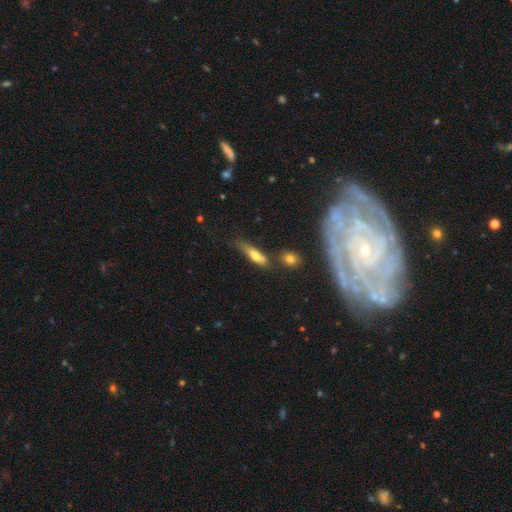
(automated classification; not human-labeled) Q: Smooth or featured?
A: smooth (62%); runner-up: featured or disk (28%)
Q: How rounded?
A: cigar-shaped (63%); runner-up: in between (34%)
Q: Merging?
A: none (53%); runner-up: minor disturbance (24%)